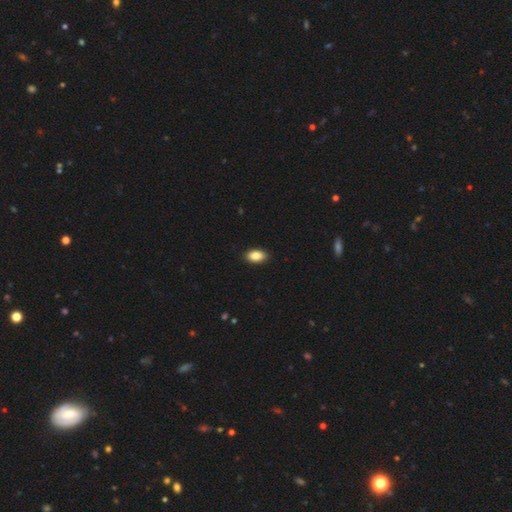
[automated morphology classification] smooth-or-featured: smooth: 86% | star or artifact: 8% | featured or disk: 6%
  how-rounded: in between: 92% | round: 6% | cigar-shaped: 2%
  merging: none: 90% | minor disturbance: 8% | major disturbance: 2% | merger: 1%